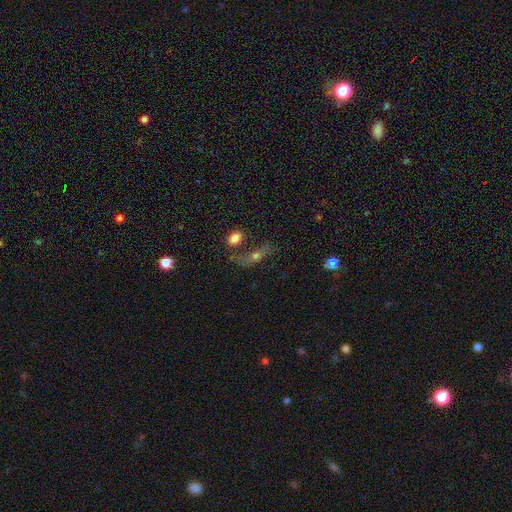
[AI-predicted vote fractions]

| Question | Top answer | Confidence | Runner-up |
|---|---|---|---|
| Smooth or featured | smooth | 43% | featured or disk (38%) |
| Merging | none | 43% | merger (24%) |